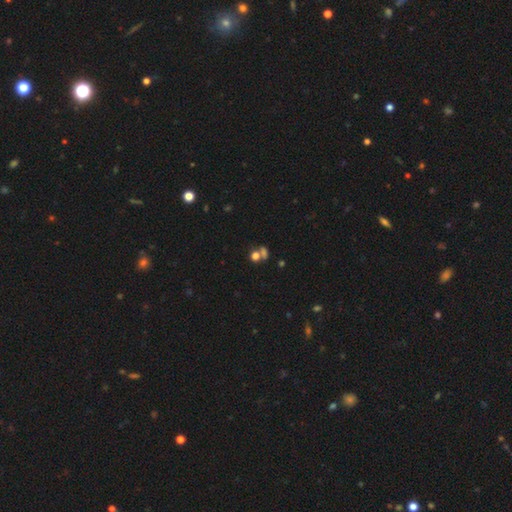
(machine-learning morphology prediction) This is likely a smooth galaxy (66%). How rounded: likely round (75%). Merging: possibly none (48%).